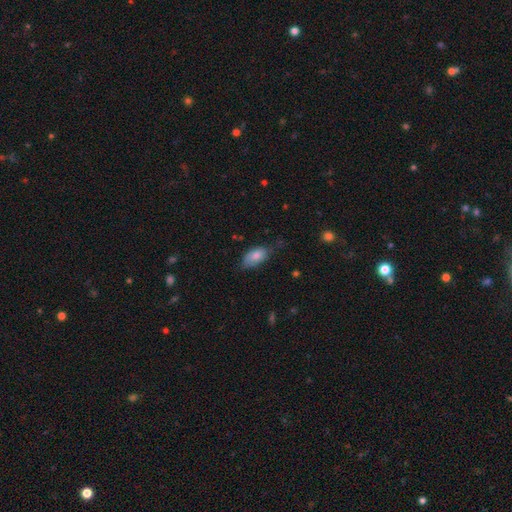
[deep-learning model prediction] Smooth or featured: smooth — 78% (featured or disk — 14%)
How rounded: in between — 91% (cigar-shaped — 6%)
Merging: none — 49% (minor disturbance — 37%)